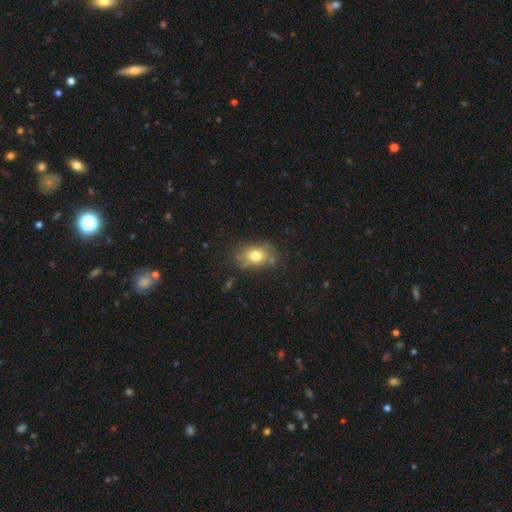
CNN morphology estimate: This appears to be a smooth galaxy with no disk features (75%) that is in between round and cigar-shaped (75%). Merging: none (70%).